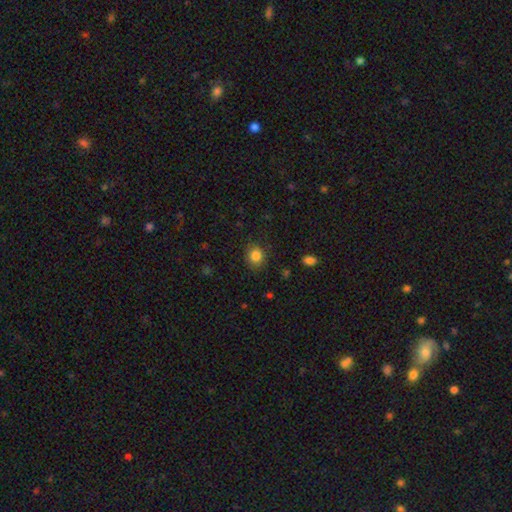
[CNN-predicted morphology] Q: Smooth or featured?
A: smooth (84%); runner-up: star or artifact (11%)
Q: How rounded?
A: round (74%); runner-up: in between (25%)
Q: Merging?
A: none (85%); runner-up: minor disturbance (10%)